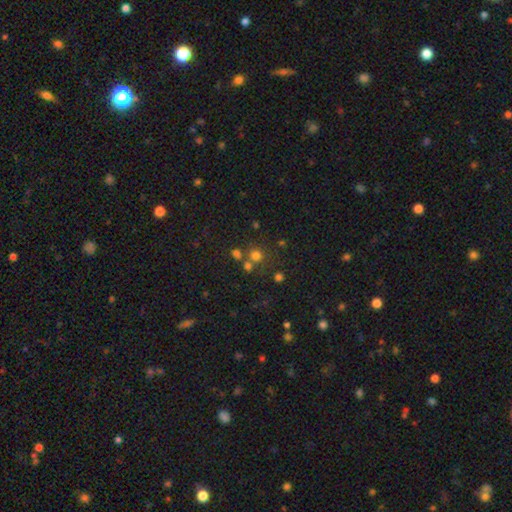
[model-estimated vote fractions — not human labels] smooth_or_featured: smooth (p=0.68) [alt: star or artifact p=0.23]
how_rounded: round (p=0.88) [alt: in between p=0.11]
merging: none (p=0.64) [alt: merger p=0.22]